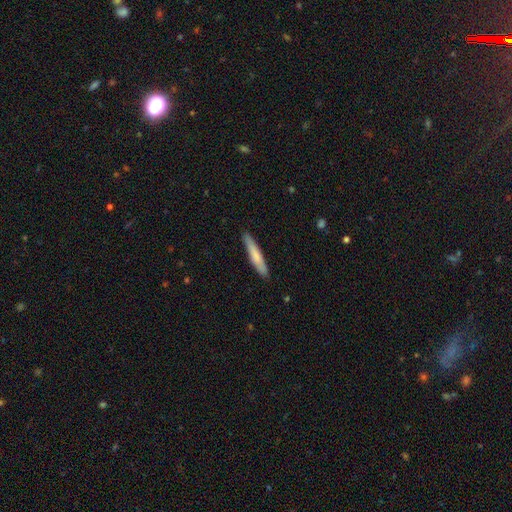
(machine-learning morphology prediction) smooth-or-featured: smooth: 72% | featured or disk: 22% | star or artifact: 5%
  how-rounded: cigar-shaped: 93% | in between: 6% | round: 1%
  merging: none: 89% | minor disturbance: 8% | major disturbance: 2% | merger: 1%